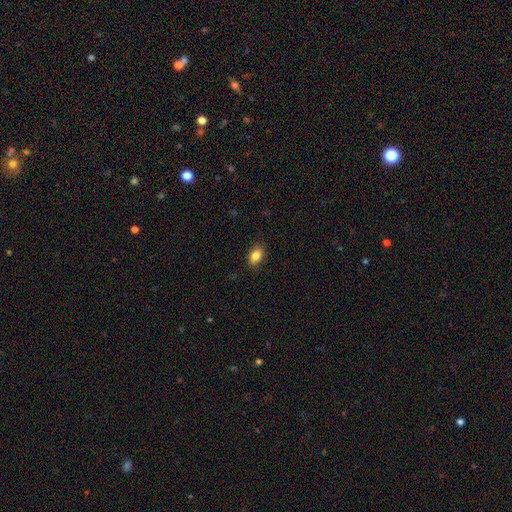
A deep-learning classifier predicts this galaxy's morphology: smooth_or_featured: smooth (p=0.85) [alt: star or artifact p=0.09]
how_rounded: in between (p=0.85) [alt: round p=0.14]
merging: none (p=0.88) [alt: minor disturbance p=0.09]